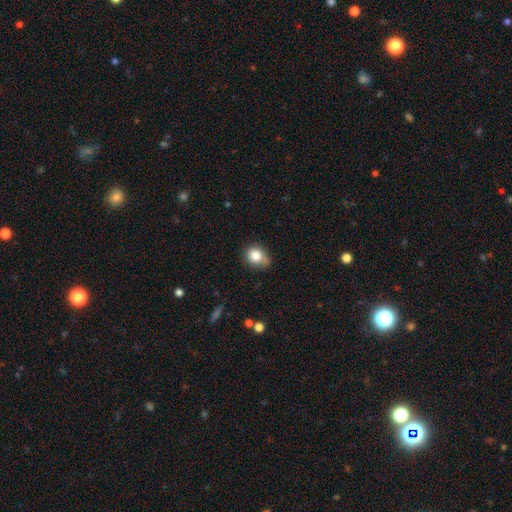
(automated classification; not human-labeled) smooth 82%, star or artifact 10%, featured or disk 8%. Down the decision tree: how rounded — round (58%); merging — none (62%).